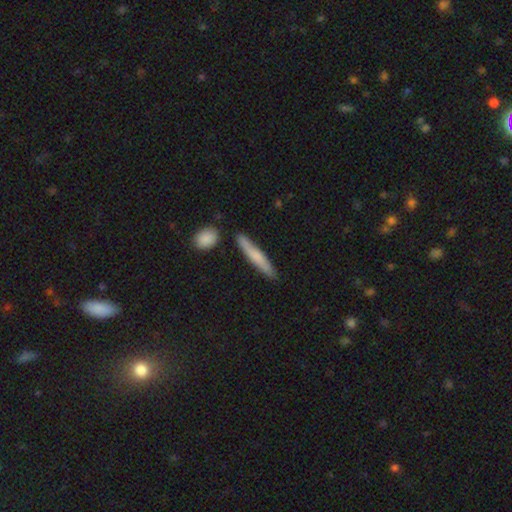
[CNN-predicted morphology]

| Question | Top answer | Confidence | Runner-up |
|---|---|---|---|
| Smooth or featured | smooth | 68% | featured or disk (26%) |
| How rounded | cigar-shaped | 92% | in between (7%) |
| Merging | none | 82% | minor disturbance (11%) |